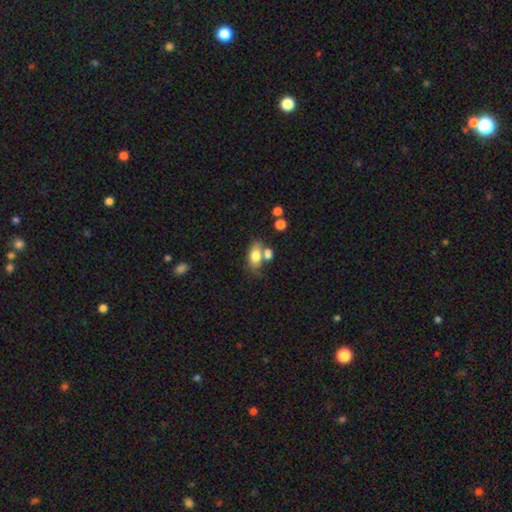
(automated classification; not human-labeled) Overall: smooth (77%). How rounded: in between (86%). Merging: none (51%; merger 29%).